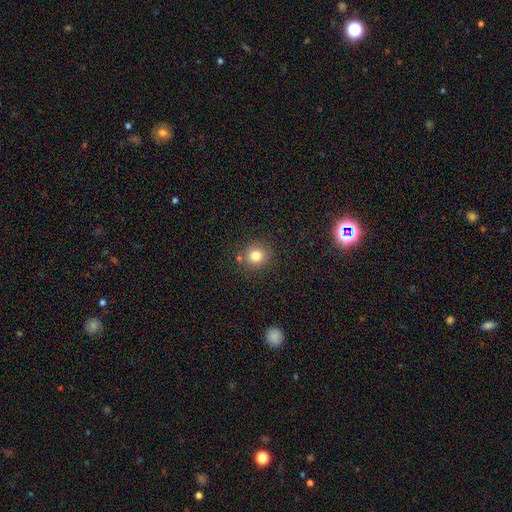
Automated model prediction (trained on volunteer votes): This appears to be a smooth galaxy with no disk features (81%) that is round (90%). Merging: none (81%).